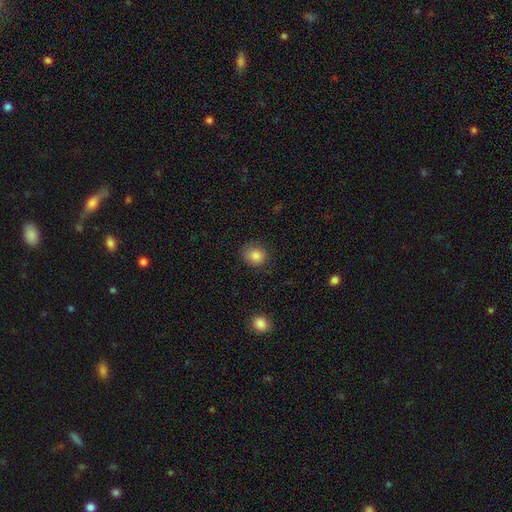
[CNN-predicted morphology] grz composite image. It shows a smooth galaxy with no disk features (84%) that is round (74%). Merging: none (79%).